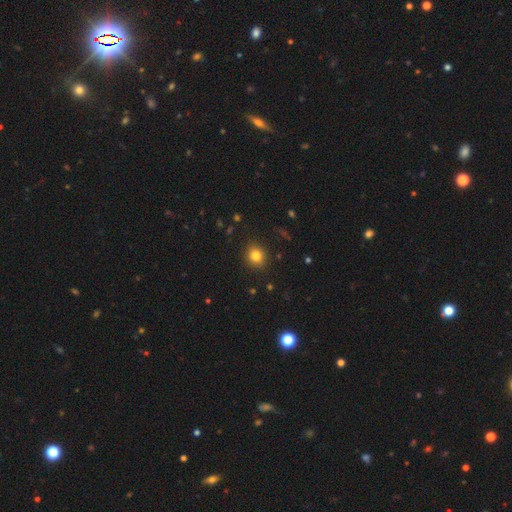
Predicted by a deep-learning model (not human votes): Overall: smooth (81%). How rounded: round (80%). Merging: none (90%).